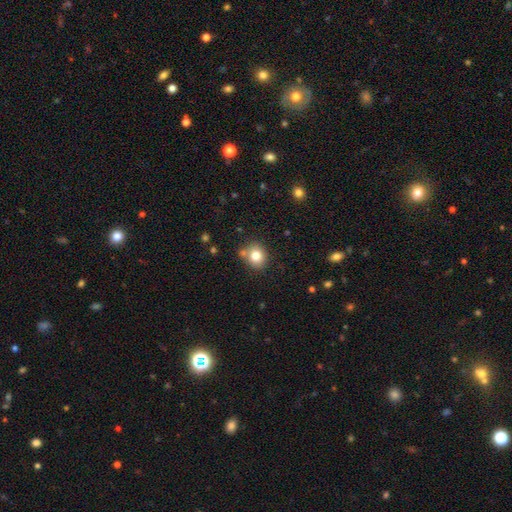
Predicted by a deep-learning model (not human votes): The model was most divided on "how rounded": round: 74%, in between: 26%, cigar-shaped: 1%. More confident: smooth or featured — smooth (79%); merging — none (72%).